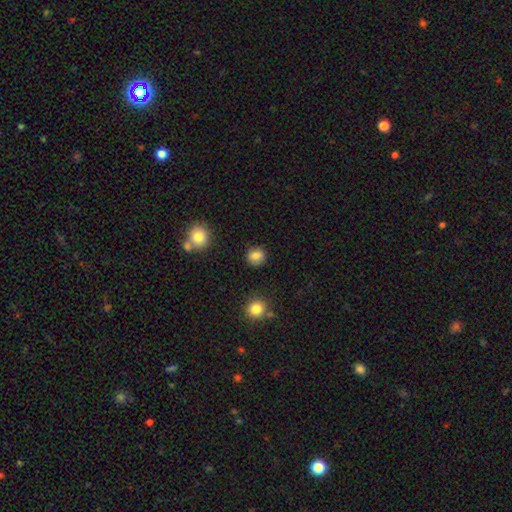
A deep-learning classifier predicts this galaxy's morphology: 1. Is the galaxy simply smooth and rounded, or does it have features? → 84% smooth, 10% star or artifact, 6% featured or disk.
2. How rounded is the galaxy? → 86% round, 13% in between, 1% cigar-shaped.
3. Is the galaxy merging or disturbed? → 87% none, 9% minor disturbance, 3% major disturbance, 2% merger.